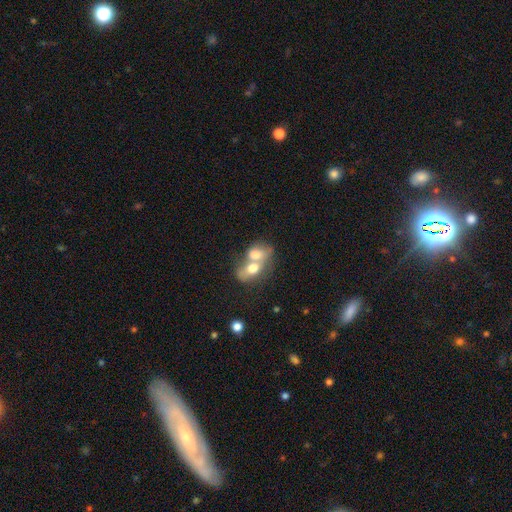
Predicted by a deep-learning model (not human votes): This appears to be a smooth galaxy with no disk features (65%) that is in between round and cigar-shaped (73%). Merging: merger (78%).